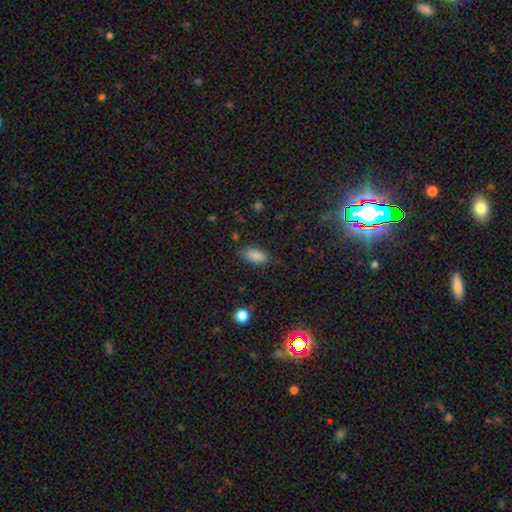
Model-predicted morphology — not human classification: type=smooth (88%); roundness=in between (92%); merging=none (84%).